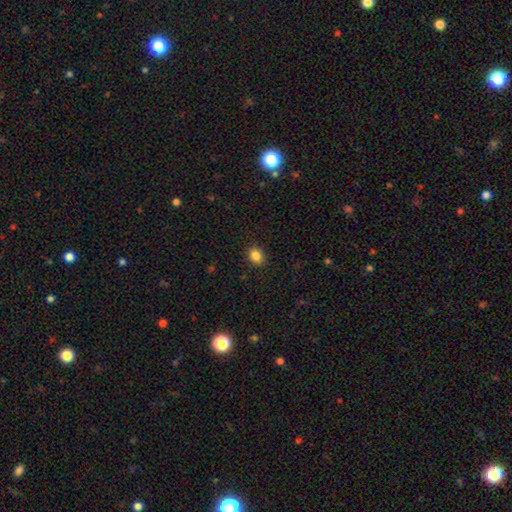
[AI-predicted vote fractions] smooth-or-featured: smooth: 85% | star or artifact: 10% | featured or disk: 4%
  how-rounded: round: 58% | in between: 41% | cigar-shaped: 1%
  merging: none: 89% | minor disturbance: 7% | major disturbance: 2% | merger: 1%